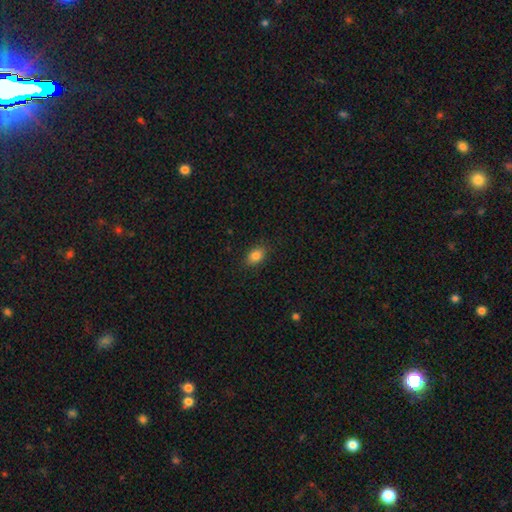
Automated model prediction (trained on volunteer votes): Q: Smooth or featured?
A: smooth (84%); runner-up: star or artifact (10%)
Q: How rounded?
A: in between (78%); runner-up: round (20%)
Q: Merging?
A: none (87%); runner-up: minor disturbance (10%)